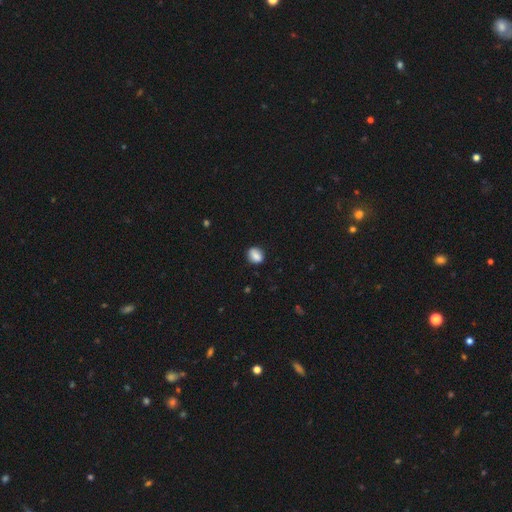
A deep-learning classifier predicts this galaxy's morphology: This appears to be a smooth galaxy with no disk features (85%) that is in between round and cigar-shaped (55%). Merging: none (82%).